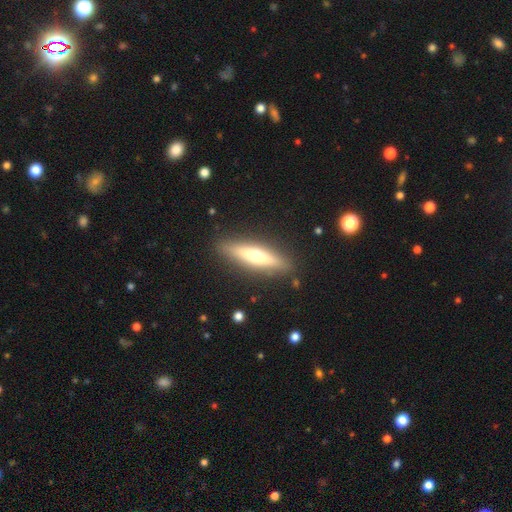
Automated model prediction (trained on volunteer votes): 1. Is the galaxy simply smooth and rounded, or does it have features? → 47% smooth (tied), 47% featured or disk (tied), 6% star or artifact.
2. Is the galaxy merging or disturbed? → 88% none, 8% minor disturbance, 2% major disturbance, 1% merger.